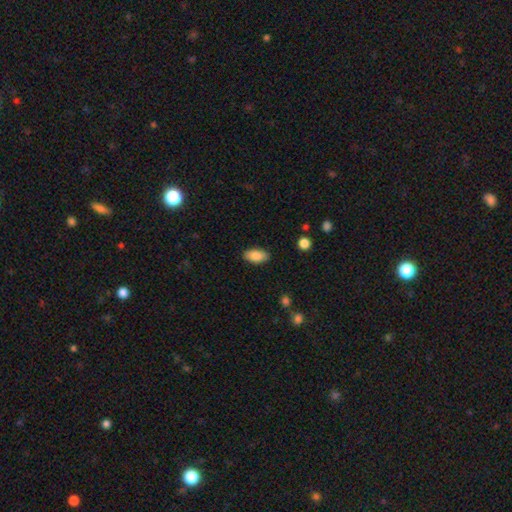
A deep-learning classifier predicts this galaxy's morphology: smooth-or-featured: smooth: 87% | star or artifact: 7% | featured or disk: 6%
  how-rounded: in between: 92% | cigar-shaped: 5% | round: 3%
  merging: none: 87% | minor disturbance: 10% | major disturbance: 2% | merger: 1%